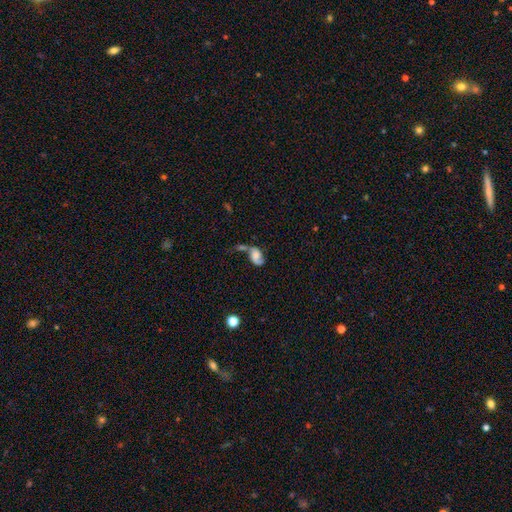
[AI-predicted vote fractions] Overall: featured or disk (57%; smooth 33%). Edge-on disk: no (97%). Bar: no (66%; weak 27%). Spiral arms: yes (86%). Bulge size: moderate (31%; small 23%). Merging: merger (34%; none 29%).